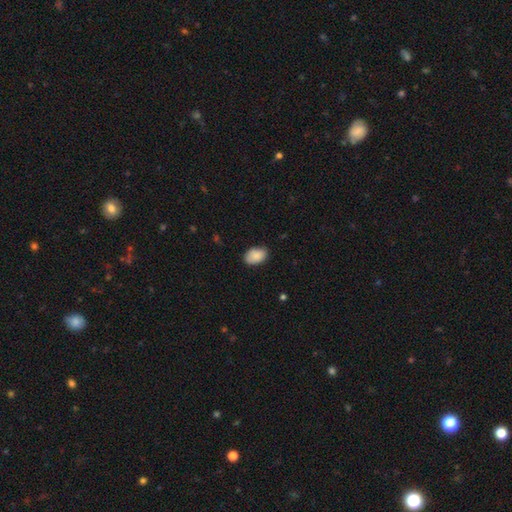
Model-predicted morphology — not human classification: A smooth galaxy with no disk features (88%) that is in between round and cigar-shaped (88%).

Vote fractions:
- Smooth or featured? smooth: 88% / star or artifact: 7% / featured or disk: 5%
- How rounded? in between: 88% / round: 11% / cigar-shaped: 1%
- Merging? none: 80% / minor disturbance: 17% / major disturbance: 2% / merger: 1%